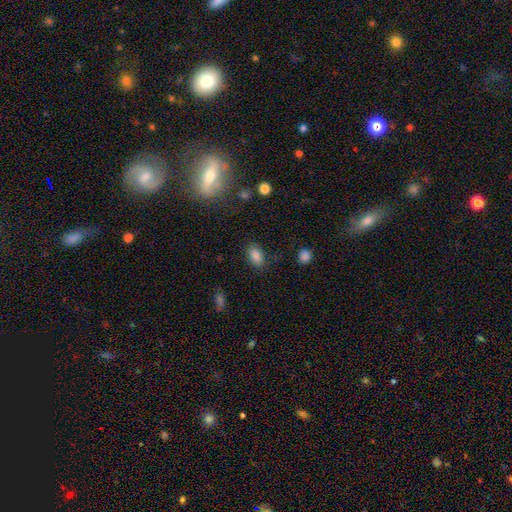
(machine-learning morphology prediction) This appears to be a smooth galaxy with no disk features (86%) that is in between round and cigar-shaped (90%). Merging: none (82%).